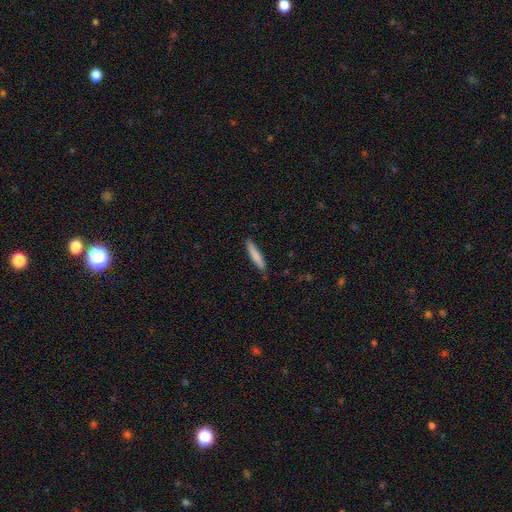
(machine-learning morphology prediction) smooth 81%, featured or disk 14%, star or artifact 6%. Down the decision tree: how rounded — cigar-shaped (90%); merging — none (87%).